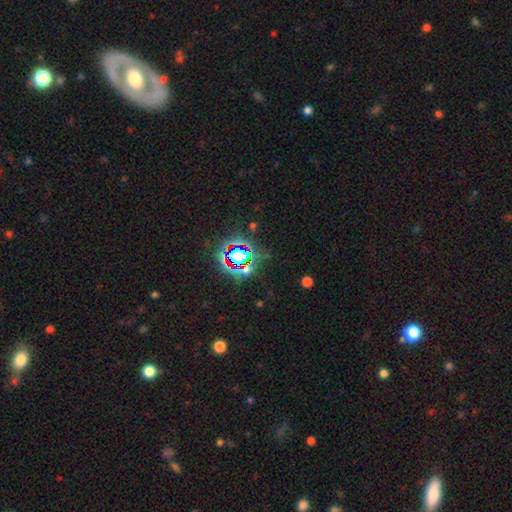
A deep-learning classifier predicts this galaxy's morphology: Smooth or featured? Predicted: star or artifact (p=0.78).